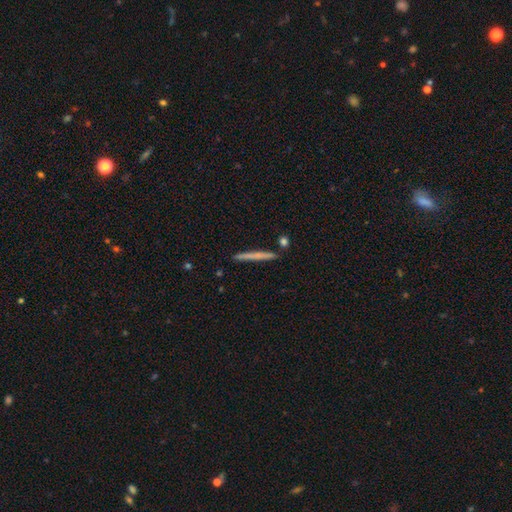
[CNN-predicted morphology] Smooth or featured? Predicted: smooth (p=0.59). How rounded? Predicted: cigar-shaped (p=0.97). Merging? Predicted: none (p=0.89).